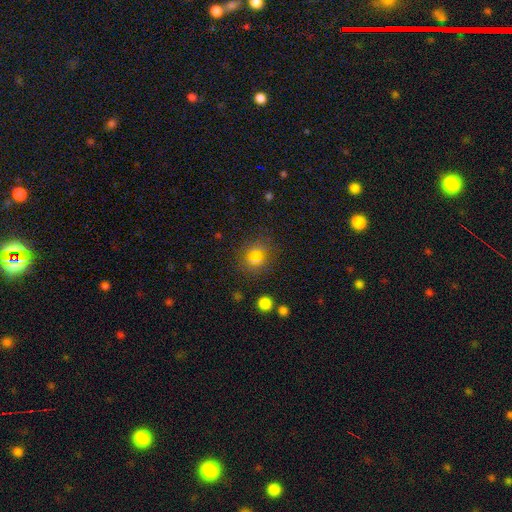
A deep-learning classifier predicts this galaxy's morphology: Overall: smooth (56%; star or artifact 33%). How rounded: round (80%). Merging: none (79%).